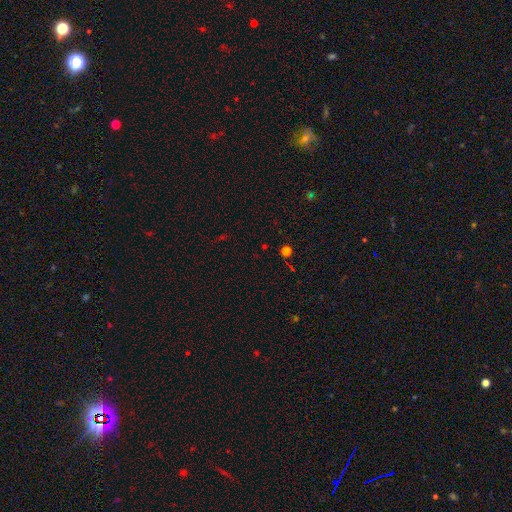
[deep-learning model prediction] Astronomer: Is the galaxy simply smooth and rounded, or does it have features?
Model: star or artifact — 58% (runner-up: smooth, 36%).